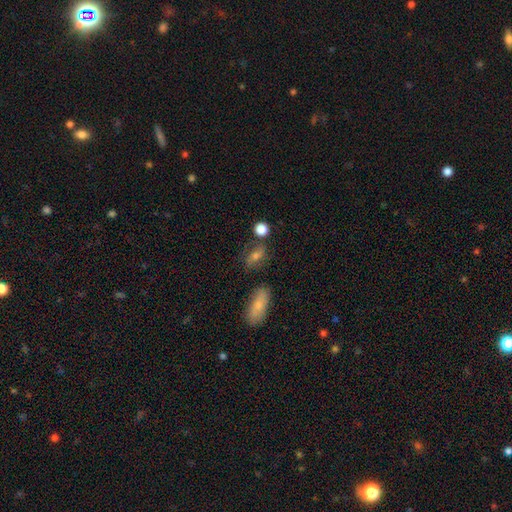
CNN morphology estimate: type=smooth (55%); roundness=in between (63%); merging=none (67%).